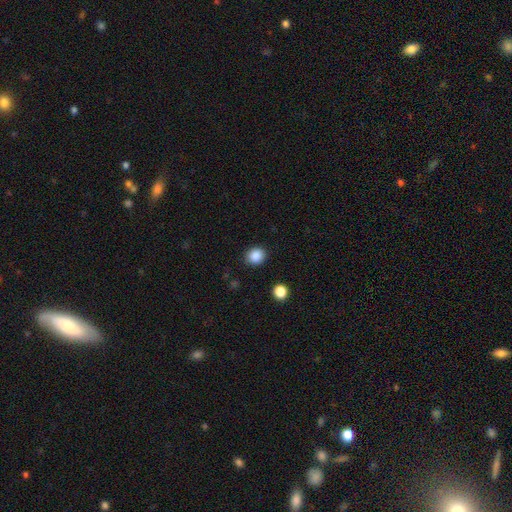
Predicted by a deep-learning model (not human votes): A smooth galaxy with no disk features (87%) that is round (74%). Merging: none (87%).